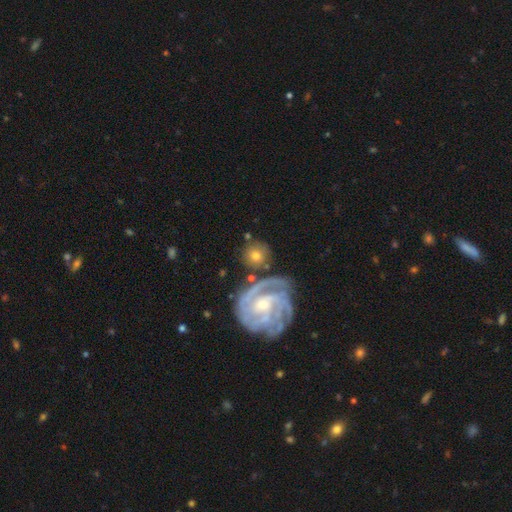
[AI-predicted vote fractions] smooth-or-featured: smooth: 51% | featured or disk: 41% | star or artifact: 8%
  how-rounded: round: 87% | in between: 12% | cigar-shaped: 2%
  merging: none: 78% | minor disturbance: 11% | merger: 6% | major disturbance: 4%